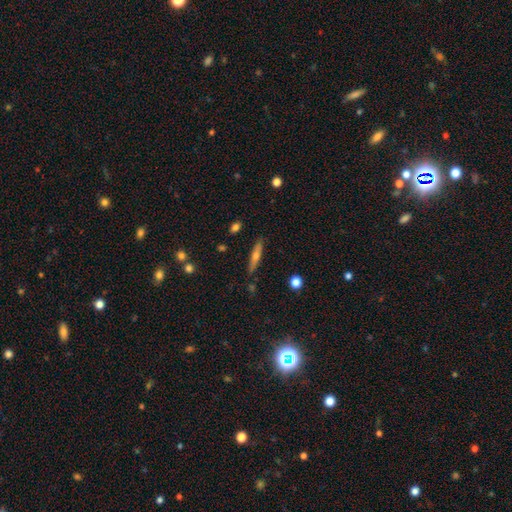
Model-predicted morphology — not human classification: A featured or disk galaxy (48%).

Vote fractions:
- Smooth or featured? featured or disk: 48% / smooth: 45% / star or artifact: 8%
- Merging? none: 86% / minor disturbance: 9% / merger: 2% / major disturbance: 2%